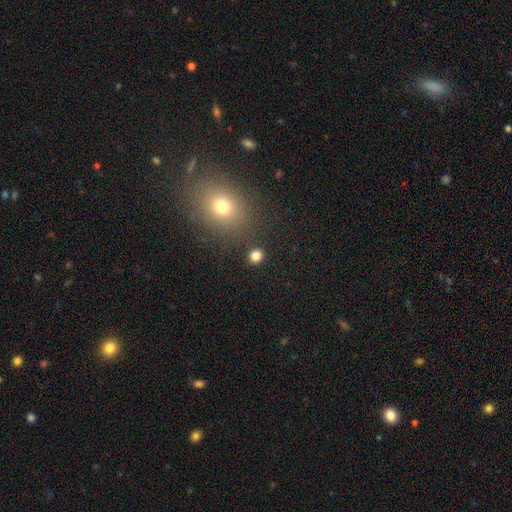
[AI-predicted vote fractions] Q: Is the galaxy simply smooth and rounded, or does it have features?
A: smooth — 82%.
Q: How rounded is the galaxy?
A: round — 83%.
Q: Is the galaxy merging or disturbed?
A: none — 87%.